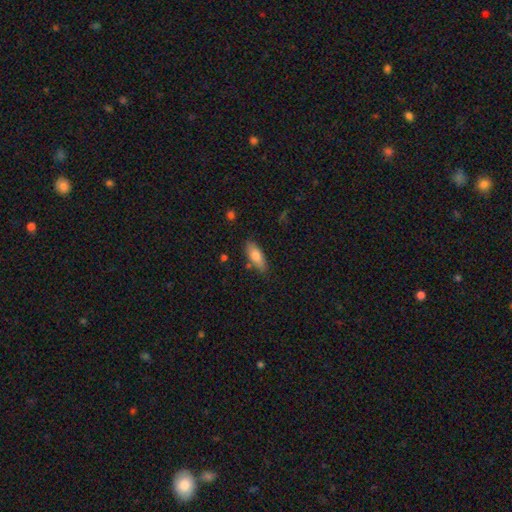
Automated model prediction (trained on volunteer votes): The model was most divided on "how rounded": in between: 73%, cigar-shaped: 24%, round: 2%. More confident: merging — none (78%); smooth or featured — smooth (77%).